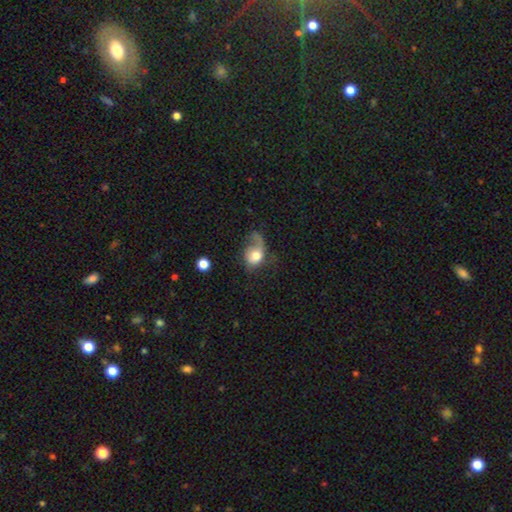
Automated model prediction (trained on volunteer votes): Smooth or featured?
  - smooth: 57% *
  - featured or disk: 35%
  - star or artifact: 8%
How rounded?
  - in between: 65% *
  - round: 33%
  - cigar-shaped: 2%
Merging?
  - major disturbance: 48% *
  - minor disturbance: 24%
  - none: 24%
  - merger: 5%